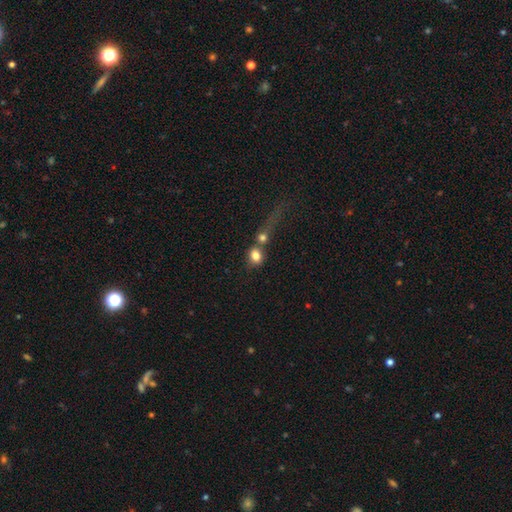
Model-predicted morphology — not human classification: smooth_or_featured: smooth (p=0.79) [alt: featured or disk p=0.11]
how_rounded: round (p=0.65) [alt: in between p=0.33]
merging: merger (p=0.49) [alt: none p=0.34]